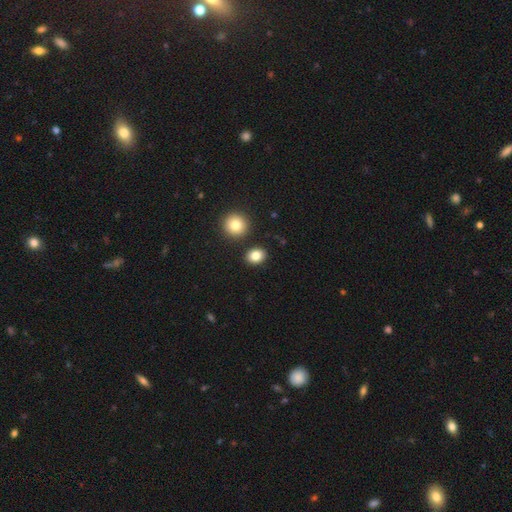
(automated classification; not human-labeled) A smooth galaxy with no disk features (84%) that is round (52%). Merging: none (86%).